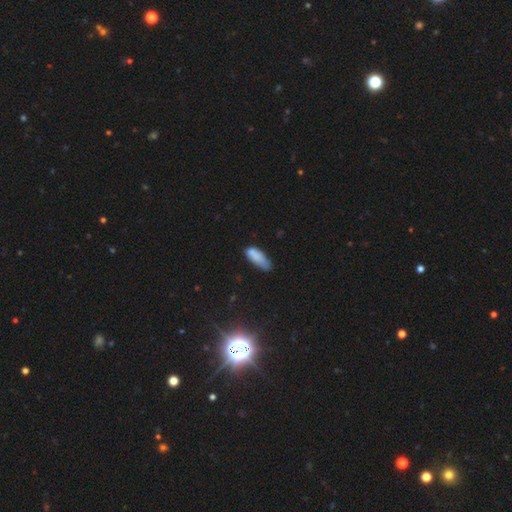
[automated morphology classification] smooth_or_featured: smooth (p=0.82) [alt: featured or disk p=0.10]
how_rounded: in between (p=0.67) [alt: cigar-shaped p=0.31]
merging: none (p=0.48) [alt: minor disturbance p=0.37]